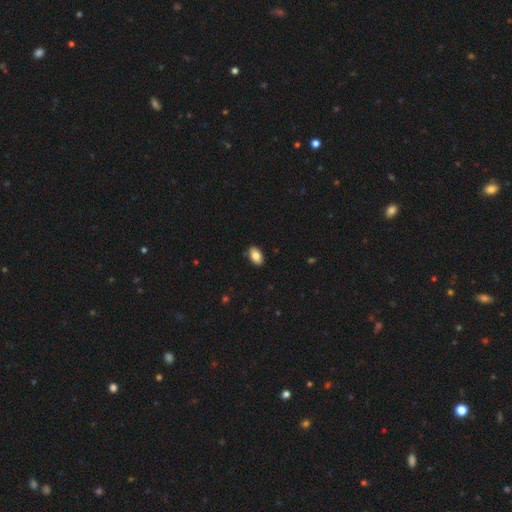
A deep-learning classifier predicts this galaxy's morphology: Smooth or featured?
  - smooth: 85% *
  - featured or disk: 8%
  - star or artifact: 7%
How rounded?
  - in between: 93% *
  - round: 6%
  - cigar-shaped: 1%
Merging?
  - none: 88% *
  - minor disturbance: 9%
  - major disturbance: 2%
  - merger: 1%